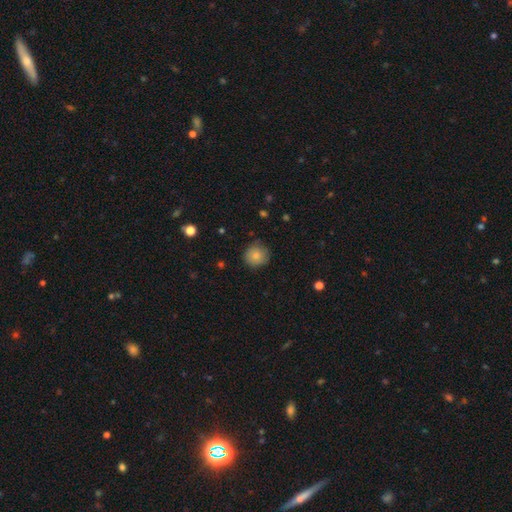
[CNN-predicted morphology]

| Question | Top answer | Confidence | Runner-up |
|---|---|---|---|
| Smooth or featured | smooth | 83% | star or artifact (9%) |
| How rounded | round | 92% | in between (7%) |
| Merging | none | 84% | minor disturbance (12%) |